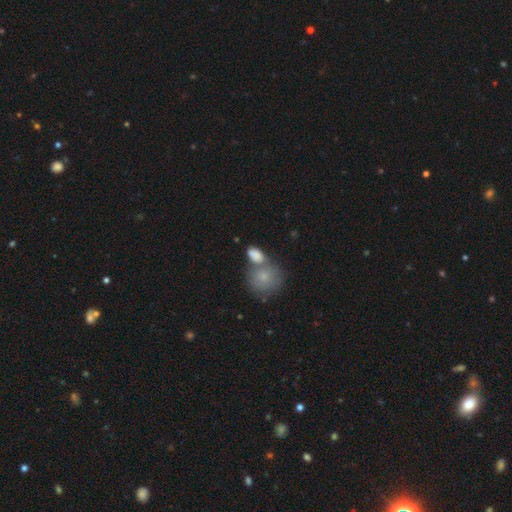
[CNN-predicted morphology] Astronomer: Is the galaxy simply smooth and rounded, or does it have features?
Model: smooth — 81%.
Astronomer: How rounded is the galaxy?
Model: in between — 75%.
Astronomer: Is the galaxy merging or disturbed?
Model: merger — 46% (runner-up: none, 35%).